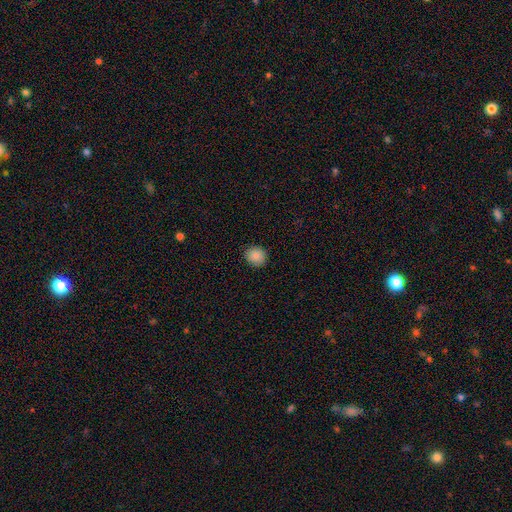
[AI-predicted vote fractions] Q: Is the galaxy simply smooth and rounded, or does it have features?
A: smooth — 87%.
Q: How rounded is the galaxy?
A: round — 84%.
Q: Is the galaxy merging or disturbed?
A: none — 90%.